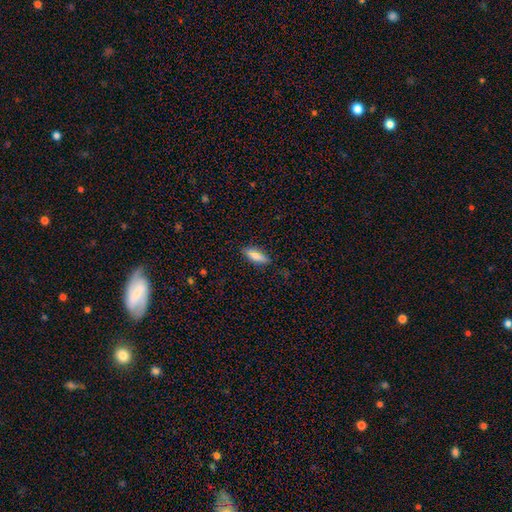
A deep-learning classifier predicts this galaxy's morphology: Q: Smooth or featured?
A: smooth (76%); runner-up: featured or disk (14%)
Q: How rounded?
A: in between (72%); runner-up: cigar-shaped (25%)
Q: Merging?
A: none (81%); runner-up: minor disturbance (15%)